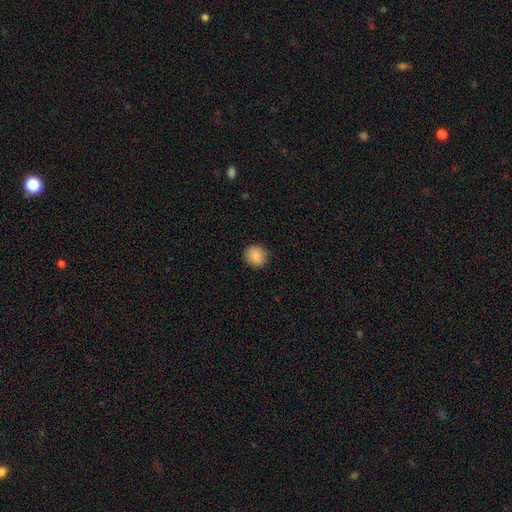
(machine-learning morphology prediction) Smooth or featured: smooth — 87% (star or artifact — 8%)
How rounded: round — 86% (in between — 13%)
Merging: none — 89% (minor disturbance — 8%)